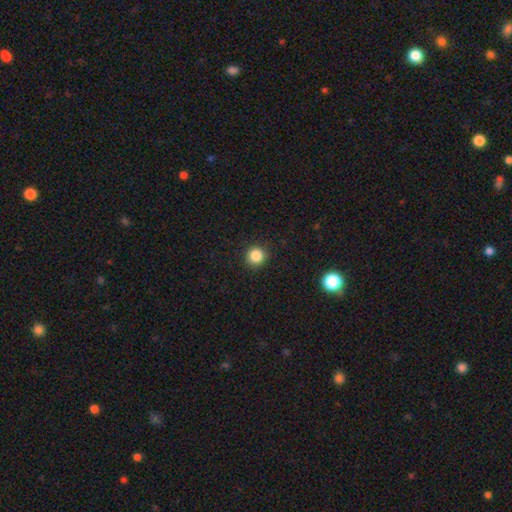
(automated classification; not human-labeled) Smooth or featured: smooth — 85% (star or artifact — 11%)
How rounded: round — 94% (in between — 5%)
Merging: none — 92% (minor disturbance — 5%)